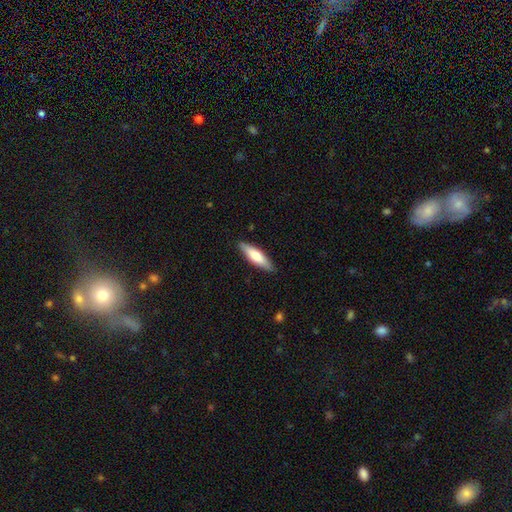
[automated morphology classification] type=smooth (67%); roundness=cigar-shaped (62%); merging=none (87%).